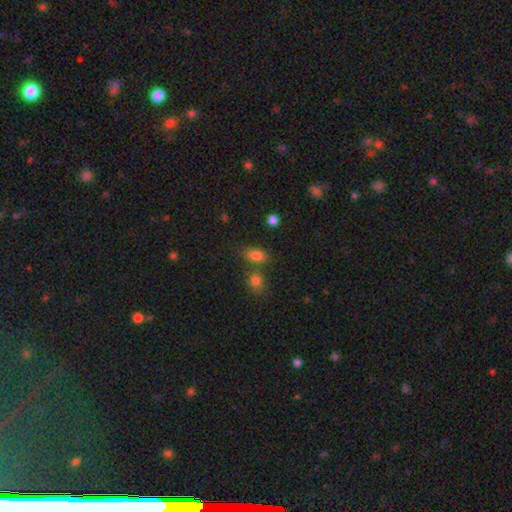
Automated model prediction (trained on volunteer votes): Smooth or featured: smooth — 81% (star or artifact — 12%)
How rounded: in between — 80% (round — 17%)
Merging: none — 61% (merger — 20%)